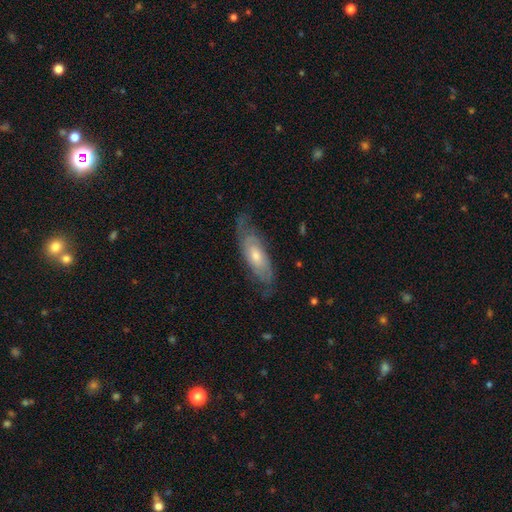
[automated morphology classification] type=featured or disk (70%); edge-on=no (81%); bar=no (71%); spiral arms=yes (87%); bulge=moderate (54%); merging=none (68%).